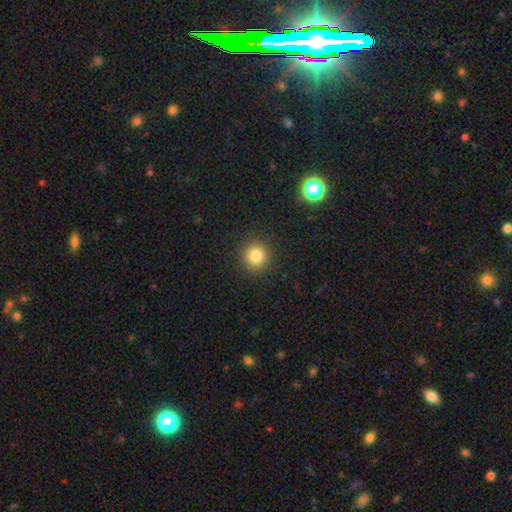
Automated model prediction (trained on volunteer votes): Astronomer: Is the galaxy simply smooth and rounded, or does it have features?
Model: smooth — 82%.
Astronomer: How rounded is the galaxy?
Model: round — 94%.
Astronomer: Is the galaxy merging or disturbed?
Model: none — 91%.